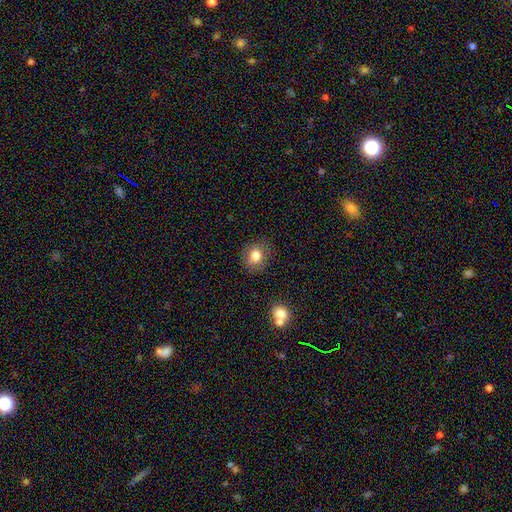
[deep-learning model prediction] smooth 80%, star or artifact 10%, featured or disk 10%. Down the decision tree: how rounded — round (71%); merging — none (83%).